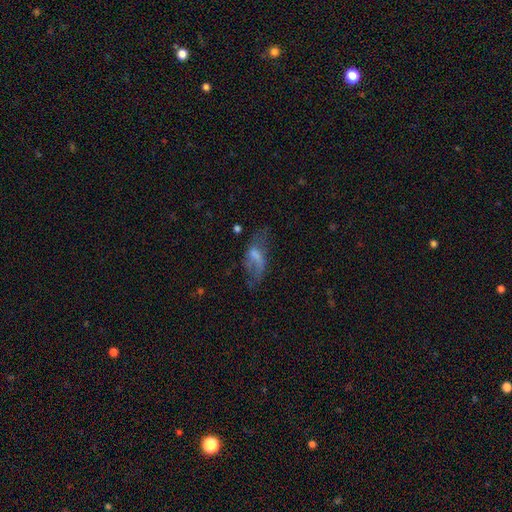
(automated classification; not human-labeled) smooth-or-featured: featured or disk: 49% | smooth: 39% | star or artifact: 12%
  merging: none: 39% | major disturbance: 33% | minor disturbance: 24% | merger: 5%